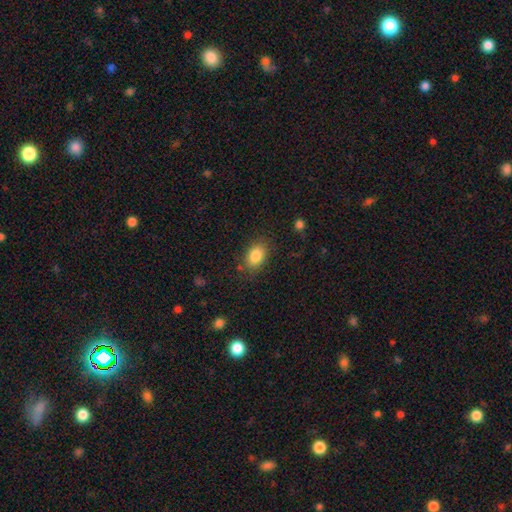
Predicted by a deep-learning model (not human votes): A smooth galaxy with no disk features (84%) that is in between round and cigar-shaped (83%). Merging: none (80%).